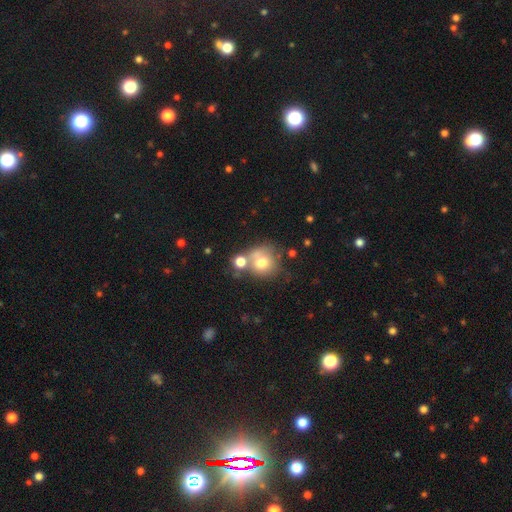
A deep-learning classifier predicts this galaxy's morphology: Smooth or featured: smooth — 64% (featured or disk — 19%)
How rounded: round — 86% (in between — 13%)
Merging: none — 48% (merger — 34%)